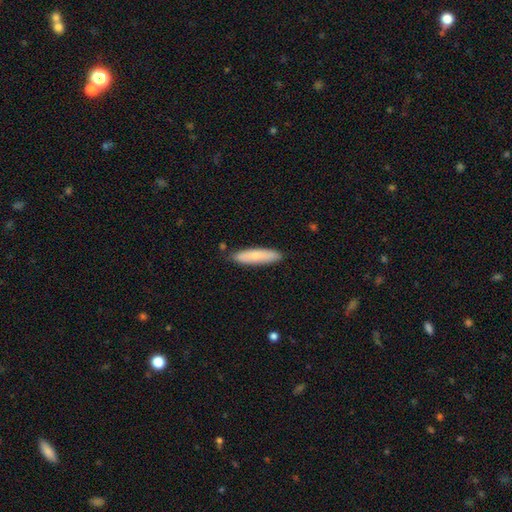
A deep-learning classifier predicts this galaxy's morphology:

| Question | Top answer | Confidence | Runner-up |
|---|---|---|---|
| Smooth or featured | smooth | 76% | featured or disk (18%) |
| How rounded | cigar-shaped | 76% | in between (23%) |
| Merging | none | 85% | minor disturbance (11%) |